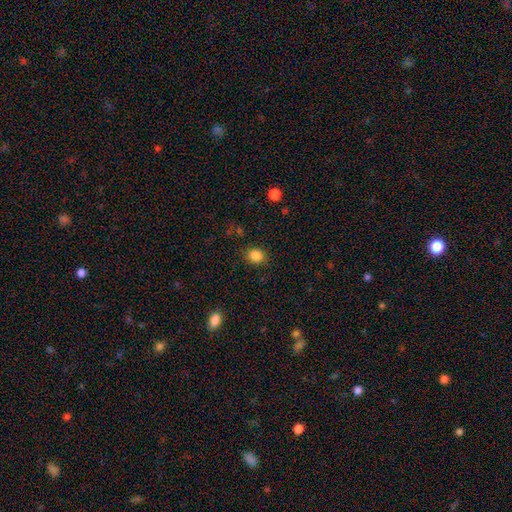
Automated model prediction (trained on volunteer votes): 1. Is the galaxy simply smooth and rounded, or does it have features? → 85% smooth, 11% star or artifact, 4% featured or disk.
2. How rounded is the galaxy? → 64% round, 35% in between, 1% cigar-shaped.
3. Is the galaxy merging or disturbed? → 86% none, 10% minor disturbance, 3% major disturbance, 1% merger.